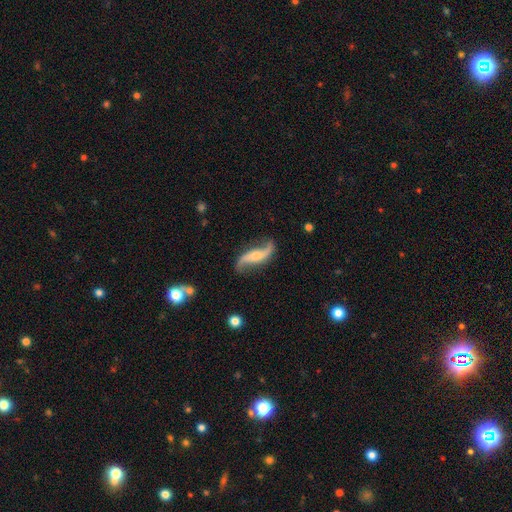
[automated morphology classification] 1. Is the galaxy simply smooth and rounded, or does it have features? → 86% featured or disk, 9% smooth, 5% star or artifact.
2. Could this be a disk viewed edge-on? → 92% no, 8% yes.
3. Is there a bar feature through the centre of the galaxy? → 51% no, 29% weak, 20% strong.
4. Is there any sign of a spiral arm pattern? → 96% yes, 4% no.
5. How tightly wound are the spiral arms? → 91% loose, 7% medium, 2% tight.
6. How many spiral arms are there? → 93% 2, 2% 1, 2% can't tell, 1% 3, 1% 4, 1% more than 4.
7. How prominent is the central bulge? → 47% small, 35% moderate, 10% none, 5% large, 2% dominant.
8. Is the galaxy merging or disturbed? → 77% none, 15% minor disturbance, 6% major disturbance, 3% merger.